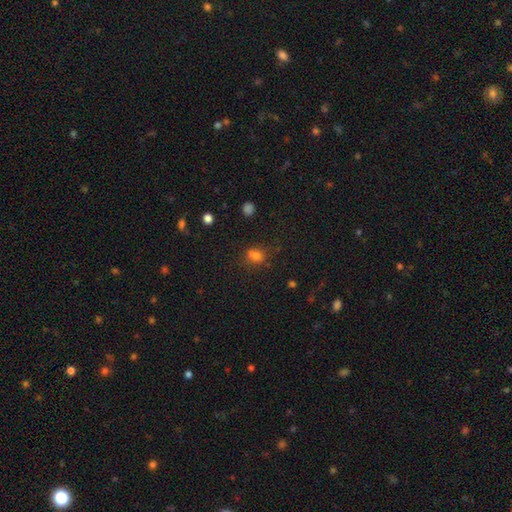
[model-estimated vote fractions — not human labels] This is likely a smooth galaxy (76%). How rounded: likely round (68%). Merging: likely none (64%).